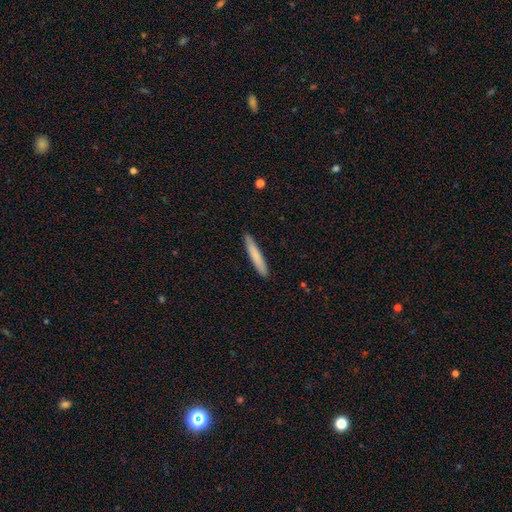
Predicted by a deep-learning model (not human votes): A smooth galaxy with no disk features (79%) that is cigar-shaped (95%). Merging: none (91%).